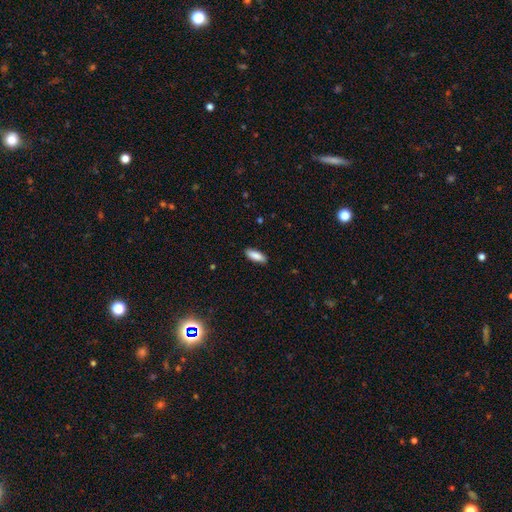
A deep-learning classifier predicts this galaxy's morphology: A smooth galaxy with no disk features (87%) that is in between round and cigar-shaped (63%).

Vote fractions:
- Smooth or featured? smooth: 87% / featured or disk: 7% / star or artifact: 6%
- How rounded? in between: 63% / cigar-shaped: 36% / round: 2%
- Merging? none: 88% / minor disturbance: 9% / major disturbance: 2% / merger: 1%